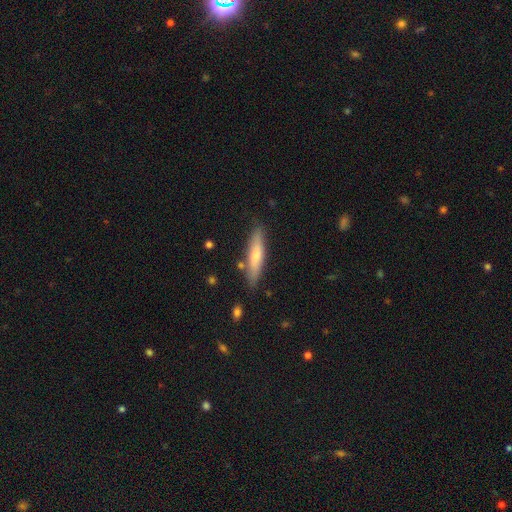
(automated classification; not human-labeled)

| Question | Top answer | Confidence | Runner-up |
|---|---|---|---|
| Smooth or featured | smooth | 65% | featured or disk (29%) |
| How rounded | cigar-shaped | 80% | in between (18%) |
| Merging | none | 82% | minor disturbance (12%) |